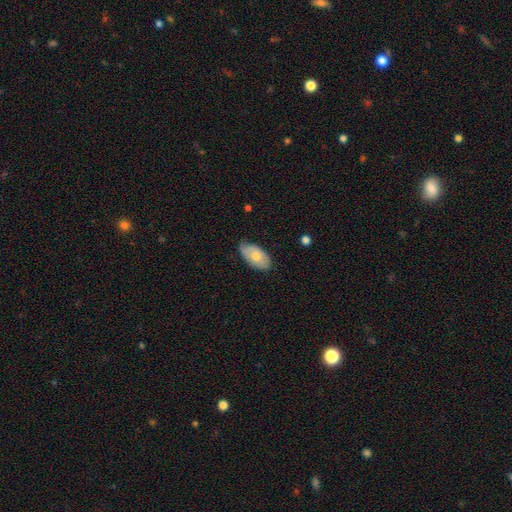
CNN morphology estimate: This appears to be a smooth galaxy with no disk features (63%) that is in between round and cigar-shaped (94%). Merging: none (72%).